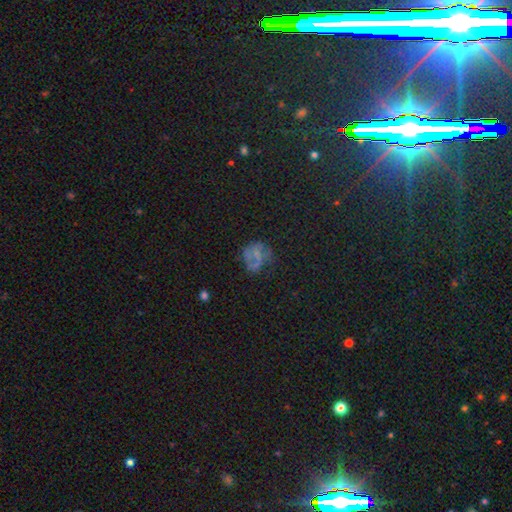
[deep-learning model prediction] The model was most divided on "smooth or featured": smooth: 41%, featured or disk: 37%, star or artifact: 22%. Remaining: merging — none (49%).